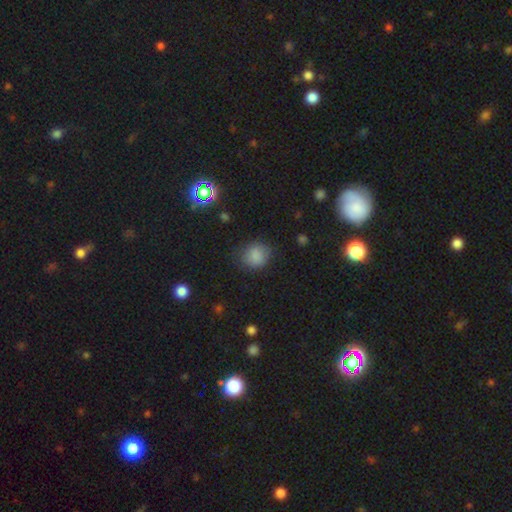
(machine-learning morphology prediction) The model was most divided on "how rounded": round: 71%, in between: 28%, cigar-shaped: 1%. More confident: smooth or featured — smooth (82%); merging — none (75%).